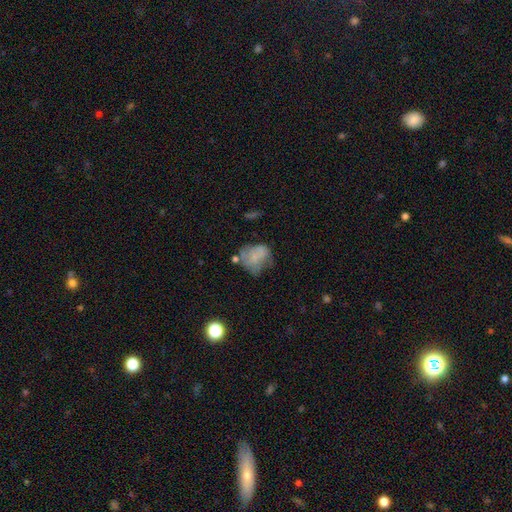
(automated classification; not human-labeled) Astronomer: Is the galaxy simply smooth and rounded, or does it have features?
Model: smooth — 58%.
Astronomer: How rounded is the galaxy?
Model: round — 50% (runner-up: in between, 49%).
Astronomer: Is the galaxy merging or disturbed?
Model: none — 35% (runner-up: minor disturbance, 31%).